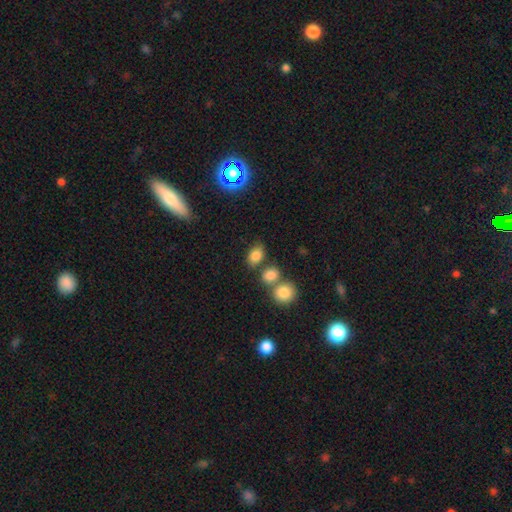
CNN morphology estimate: Smooth or featured? smooth (82%)
How rounded? in between (74%)
Merging? none (61%)